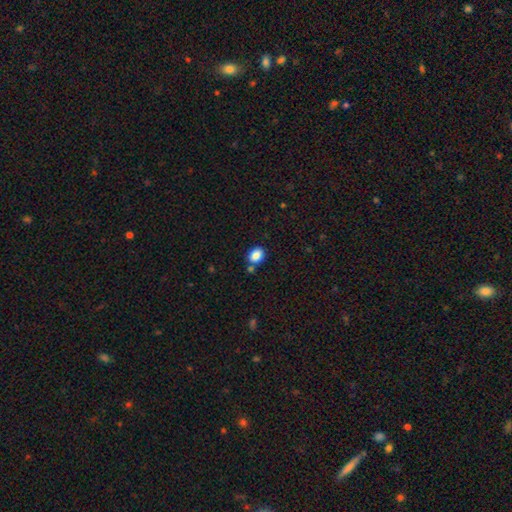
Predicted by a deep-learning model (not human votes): This appears to be a smooth galaxy with no disk features (86%) that is in between round and cigar-shaped (58%). Merging: none (75%).